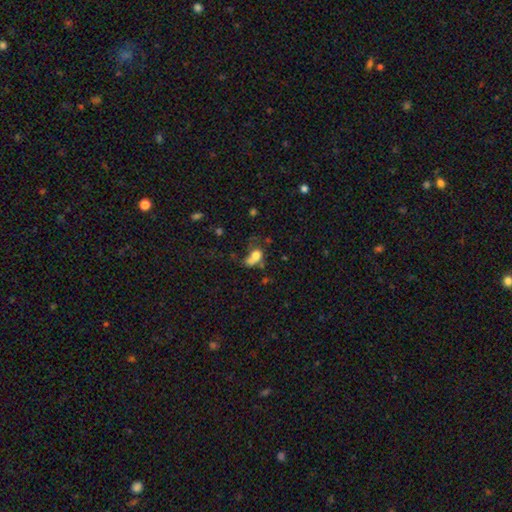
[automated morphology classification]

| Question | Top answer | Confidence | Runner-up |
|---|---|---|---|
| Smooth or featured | smooth | 72% | featured or disk (16%) |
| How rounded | in between | 56% | round (43%) |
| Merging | merger | 33% | none (28%) |